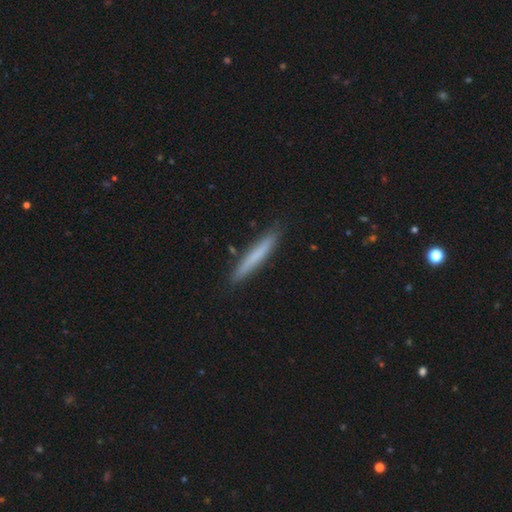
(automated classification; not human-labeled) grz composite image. It shows a smooth galaxy with no disk features (66%) that is cigar-shaped (96%). Merging: none (89%).